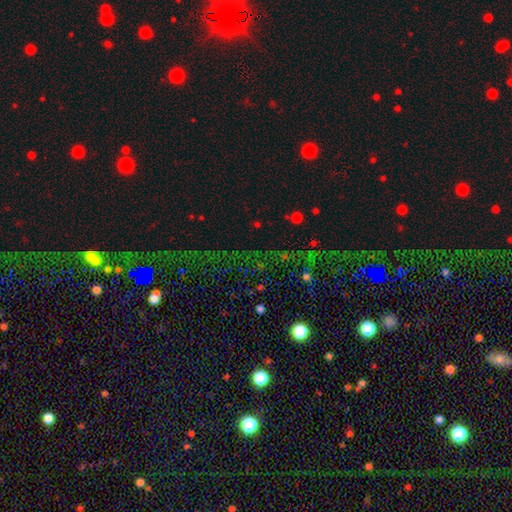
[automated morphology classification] type=star or artifact (75%).